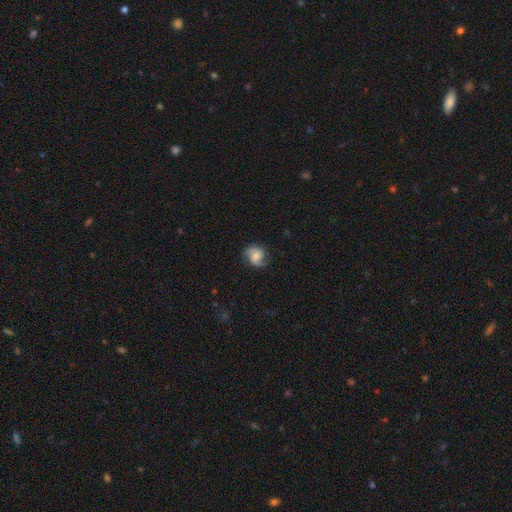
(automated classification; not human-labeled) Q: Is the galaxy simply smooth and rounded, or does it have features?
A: featured or disk — 63%.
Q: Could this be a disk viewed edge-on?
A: no — 98%.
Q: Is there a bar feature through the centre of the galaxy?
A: no — 61%.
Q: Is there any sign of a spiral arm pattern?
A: yes — 93%.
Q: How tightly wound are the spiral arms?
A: medium — 46%.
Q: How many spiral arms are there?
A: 2 — 83%.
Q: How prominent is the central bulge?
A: small — 44%.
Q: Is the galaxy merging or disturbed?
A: none — 75%.